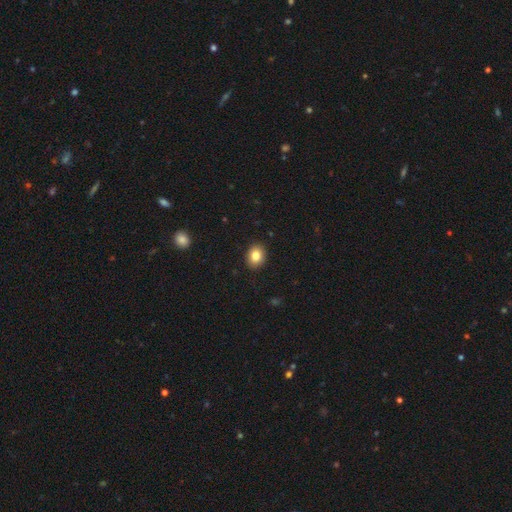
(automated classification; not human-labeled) Smooth or featured? smooth (84%)
How rounded? in between (56%)
Merging? none (90%)